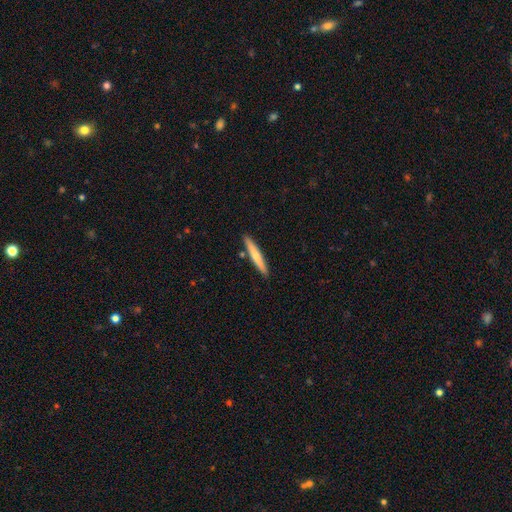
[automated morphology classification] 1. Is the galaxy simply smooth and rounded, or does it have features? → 62% smooth, 33% featured or disk, 5% star or artifact.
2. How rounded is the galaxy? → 94% cigar-shaped, 5% in between, 1% round.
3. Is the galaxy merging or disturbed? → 87% none, 8% minor disturbance, 3% merger, 2% major disturbance.